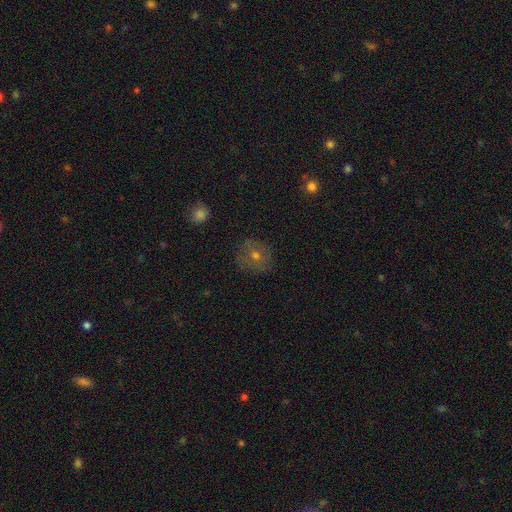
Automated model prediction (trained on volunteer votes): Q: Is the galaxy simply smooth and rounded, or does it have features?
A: smooth — 55%.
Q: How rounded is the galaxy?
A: round — 87%.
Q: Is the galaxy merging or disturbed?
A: none — 81%.